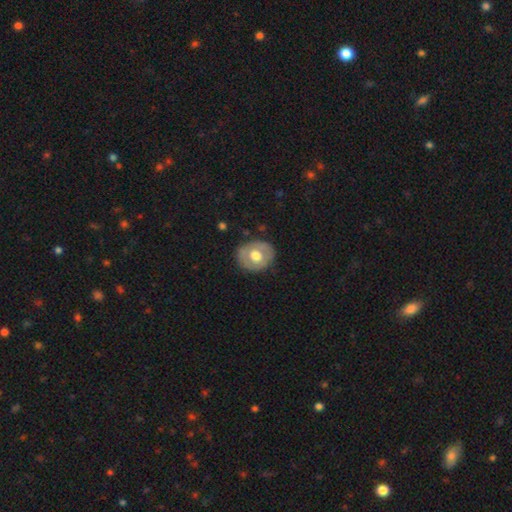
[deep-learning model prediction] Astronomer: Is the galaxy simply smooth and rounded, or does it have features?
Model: smooth — 51% (runner-up: featured or disk, 43%).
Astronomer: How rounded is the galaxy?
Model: round — 65%.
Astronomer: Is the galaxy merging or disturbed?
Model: none — 81%.